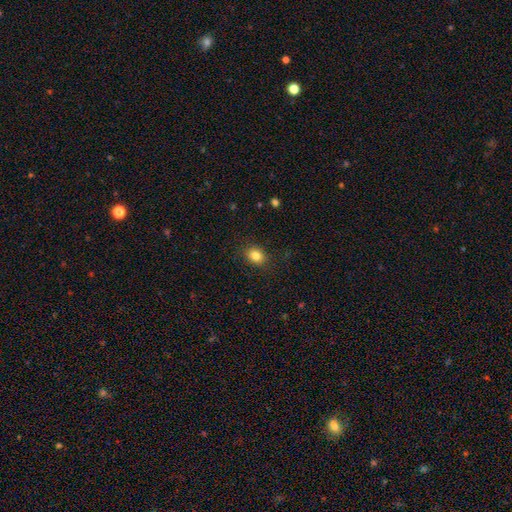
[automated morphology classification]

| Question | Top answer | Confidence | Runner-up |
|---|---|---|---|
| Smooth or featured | smooth | 83% | star or artifact (11%) |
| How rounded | in between | 50% | round (49%) |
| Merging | none | 87% | minor disturbance (9%) |